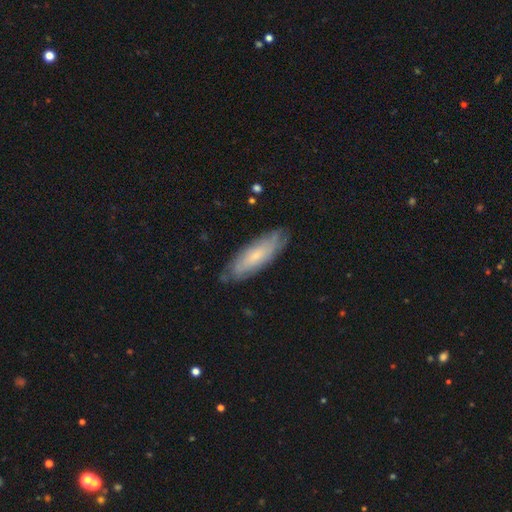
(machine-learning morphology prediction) smooth-or-featured: featured or disk: 47% | smooth: 46% | star or artifact: 7%
  merging: none: 78% | minor disturbance: 17% | major disturbance: 4% | merger: 1%